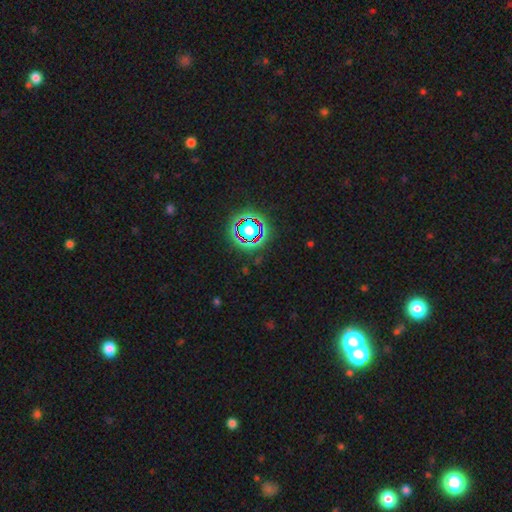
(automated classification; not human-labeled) Smooth or featured? star or artifact (76%)